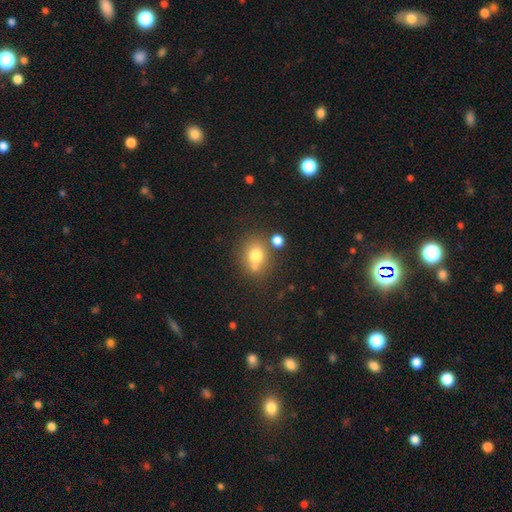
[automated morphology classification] Smooth or featured? Predicted: smooth (p=0.74). How rounded? Predicted: round (p=0.68). Merging? Predicted: none (p=0.58).